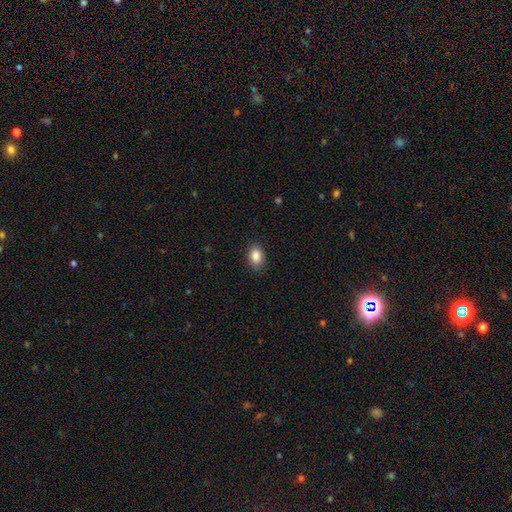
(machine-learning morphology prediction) This is clearly a smooth galaxy (87%). How rounded: clearly in between (83%). Merging: clearly none (85%).